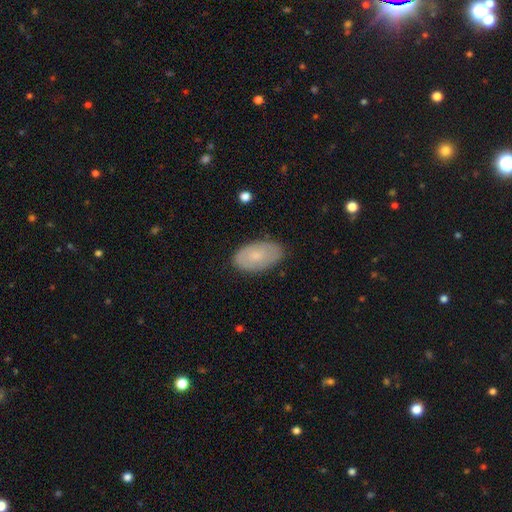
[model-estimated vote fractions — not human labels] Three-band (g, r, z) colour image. It shows a smooth galaxy with no disk features (68%) that is in between round and cigar-shaped (94%). Merging: none (82%).